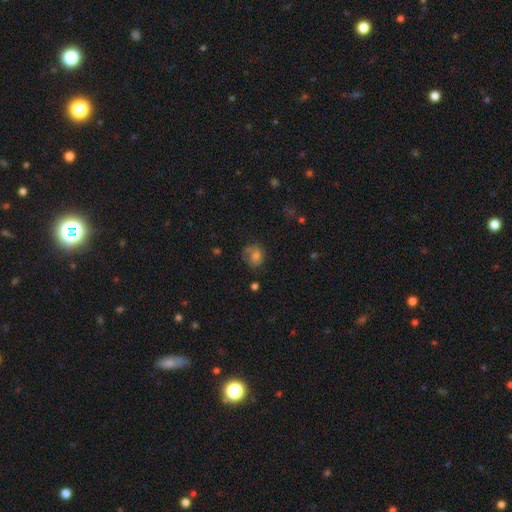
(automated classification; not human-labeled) This appears to be a smooth galaxy with no disk features (62%) that is round (56%). Merging: none (51%).